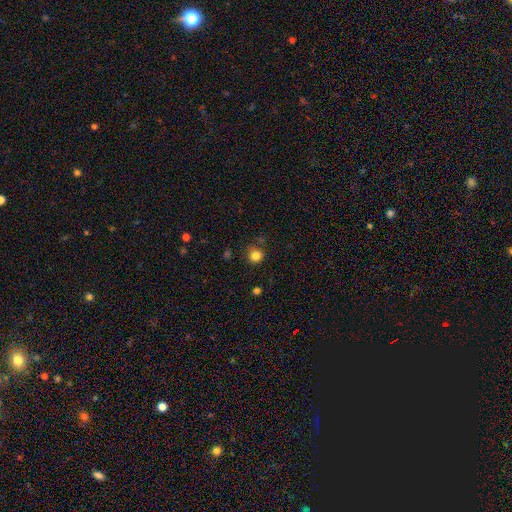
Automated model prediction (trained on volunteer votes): smooth-or-featured: smooth: 83% | star or artifact: 13% | featured or disk: 5%
  how-rounded: round: 89% | in between: 10% | cigar-shaped: 1%
  merging: none: 81% | minor disturbance: 13% | major disturbance: 4% | merger: 3%